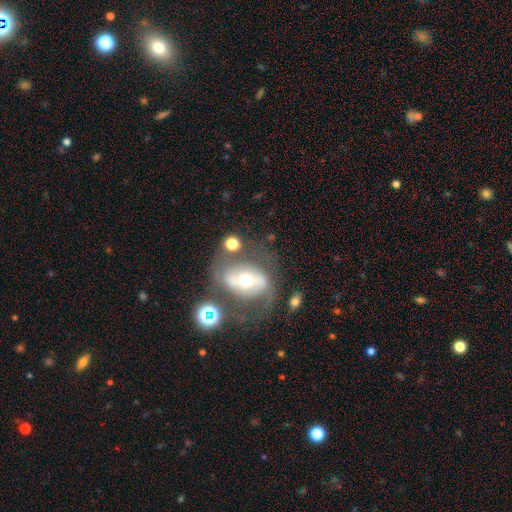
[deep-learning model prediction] This appears to be a featured or disk galaxy (68%) with a strong bar (39%), spiral arms (63%) and a moderate central bulge (63%). Merging: none (53%).